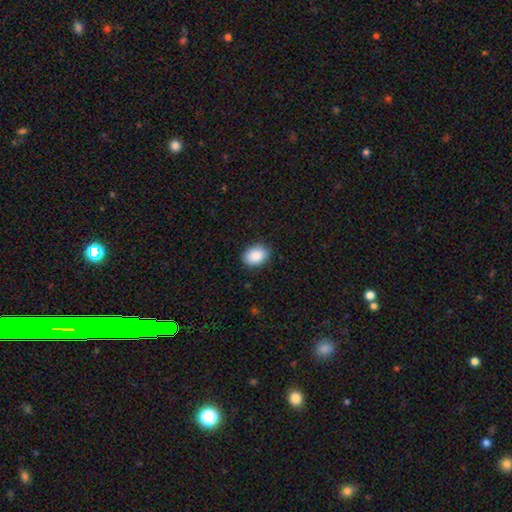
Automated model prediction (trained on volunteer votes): Smooth or featured?
  - smooth: 89% *
  - star or artifact: 7%
  - featured or disk: 4%
How rounded?
  - in between: 77% *
  - round: 22%
  - cigar-shaped: 1%
Merging?
  - none: 86% *
  - minor disturbance: 11%
  - major disturbance: 2%
  - merger: 1%